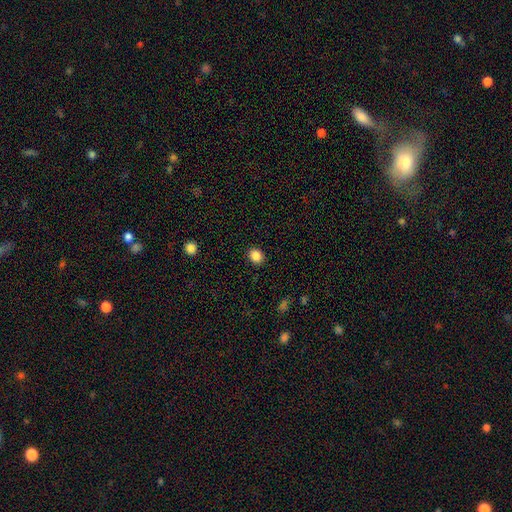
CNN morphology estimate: Smooth or featured? Predicted: smooth (p=0.86). How rounded? Predicted: round (p=0.65). Merging? Predicted: none (p=0.91).